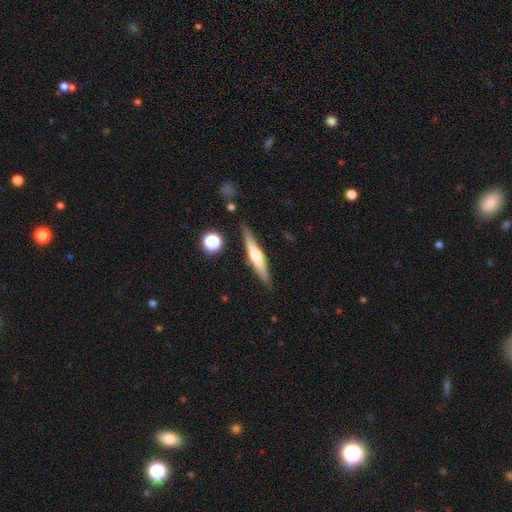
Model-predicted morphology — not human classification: Smooth or featured? featured or disk (57%)
Edge-on disk? yes (96%)
Edge-on bulge? rounded (82%)
Merging? none (87%)